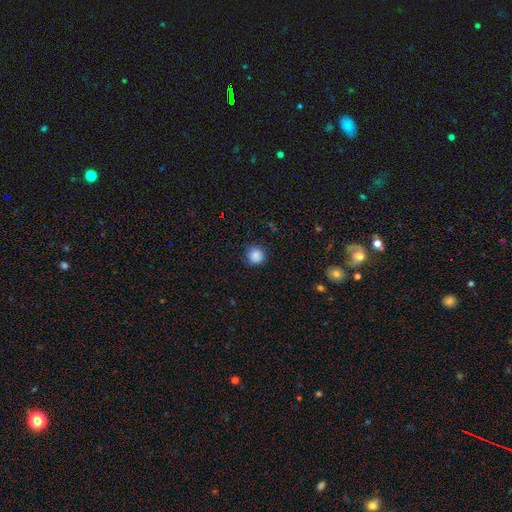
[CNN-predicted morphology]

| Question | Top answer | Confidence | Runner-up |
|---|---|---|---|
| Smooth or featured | smooth | 86% | star or artifact (10%) |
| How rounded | round | 94% | in between (5%) |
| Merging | none | 85% | minor disturbance (11%) |